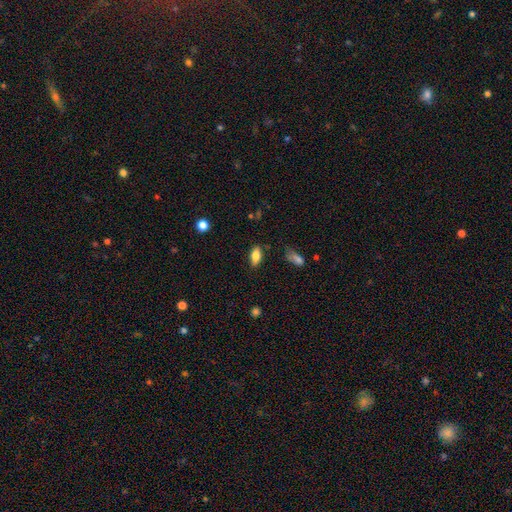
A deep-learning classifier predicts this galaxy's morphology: Smooth or featured?
  - smooth: 78% *
  - featured or disk: 14%
  - star or artifact: 8%
How rounded?
  - in between: 83% *
  - cigar-shaped: 13%
  - round: 3%
Merging?
  - none: 81% *
  - minor disturbance: 14%
  - major disturbance: 3%
  - merger: 2%